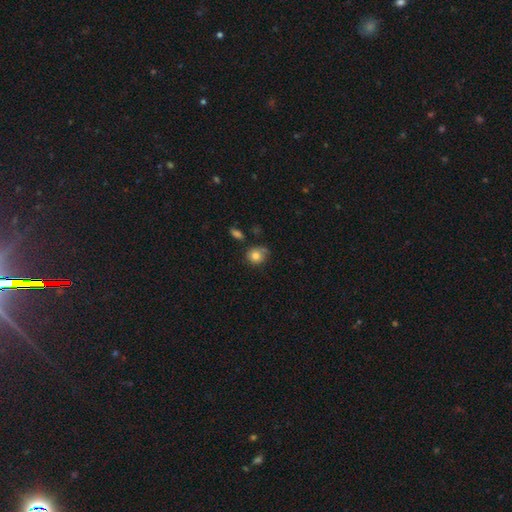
smooth-or-featured: smooth: 76% | featured or disk: 16% | star or artifact: 8%
  how-rounded: round: 76% | in between: 24% | cigar-shaped: 0%
  merging: none: 66% | minor disturbance: 20% | merger: 9% | major disturbance: 6%